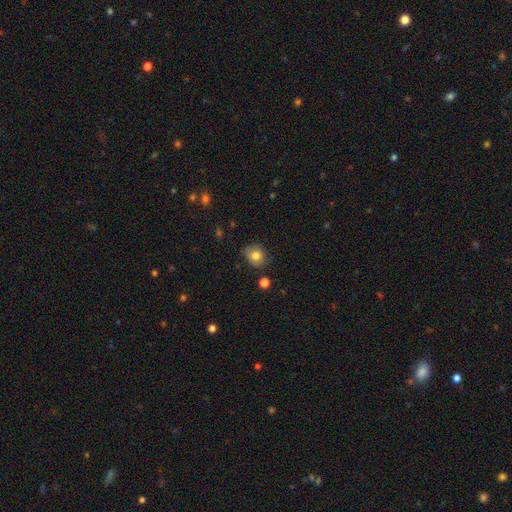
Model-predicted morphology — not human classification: smooth-or-featured: smooth: 77% | featured or disk: 12% | star or artifact: 10%
  how-rounded: round: 67% | in between: 32% | cigar-shaped: 1%
  merging: none: 78% | minor disturbance: 17% | major disturbance: 3% | merger: 2%